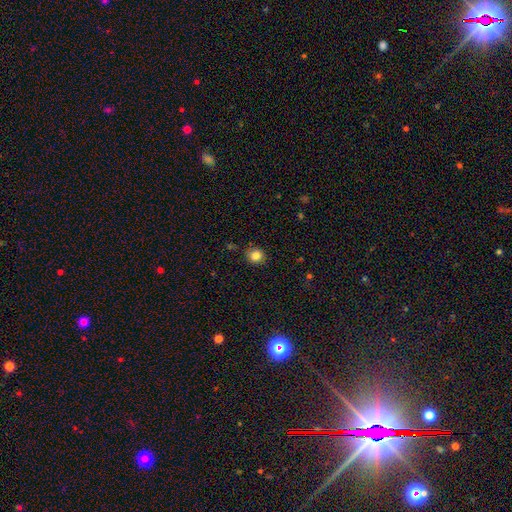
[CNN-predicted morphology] Smooth or featured: smooth — 84% (star or artifact — 11%)
How rounded: round — 86% (in between — 13%)
Merging: none — 87% (minor disturbance — 9%)